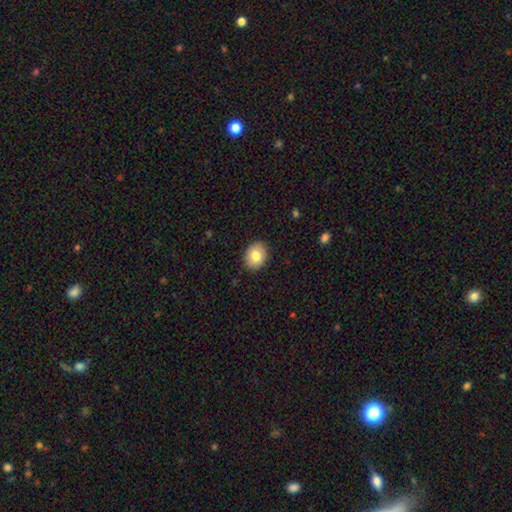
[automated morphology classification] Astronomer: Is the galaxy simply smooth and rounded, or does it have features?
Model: smooth — 82%.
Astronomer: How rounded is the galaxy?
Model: in between — 54% (runner-up: round, 45%).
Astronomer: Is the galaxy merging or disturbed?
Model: none — 90%.